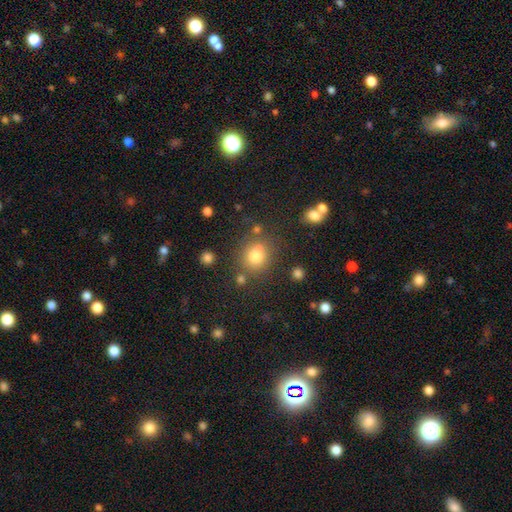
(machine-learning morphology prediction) The model was most divided on "smooth or featured": smooth: 75%, star or artifact: 18%, featured or disk: 8%. More confident: how rounded — round (80%); merging — none (74%).